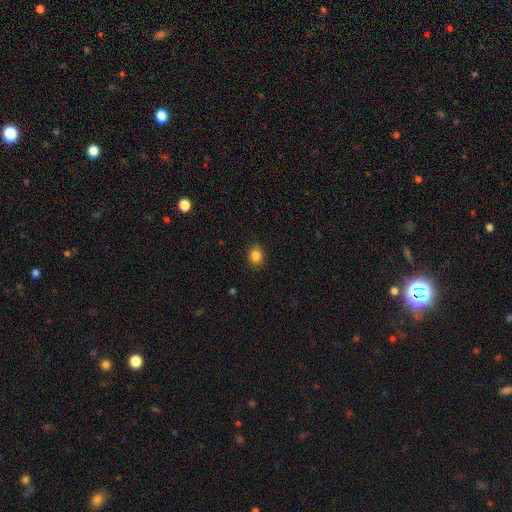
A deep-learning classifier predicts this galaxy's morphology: Smooth or featured: smooth — 85% (star or artifact — 10%)
How rounded: in between — 50% (round — 49%)
Merging: none — 85% (minor disturbance — 11%)